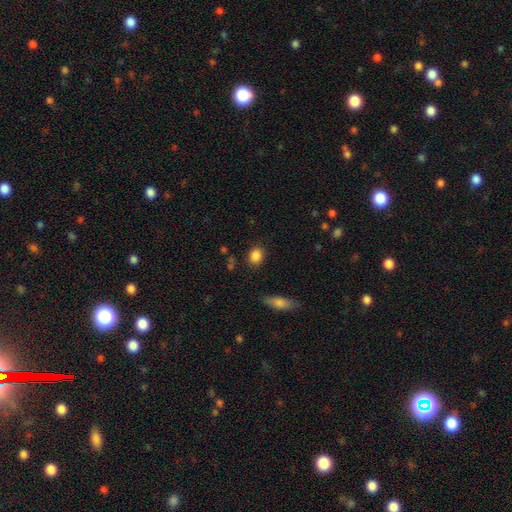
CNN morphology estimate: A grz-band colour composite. It shows a smooth galaxy with no disk features (86%) that is round (56%). Merging: none (86%).